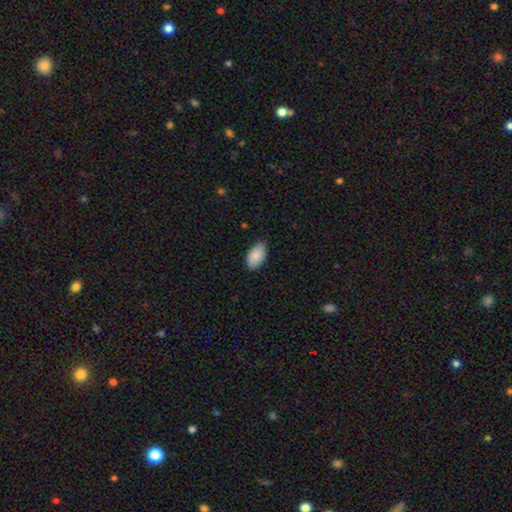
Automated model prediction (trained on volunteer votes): Smooth or featured: smooth — 87% (featured or disk — 7%)
How rounded: in between — 94% (round — 4%)
Merging: none — 80% (minor disturbance — 17%)